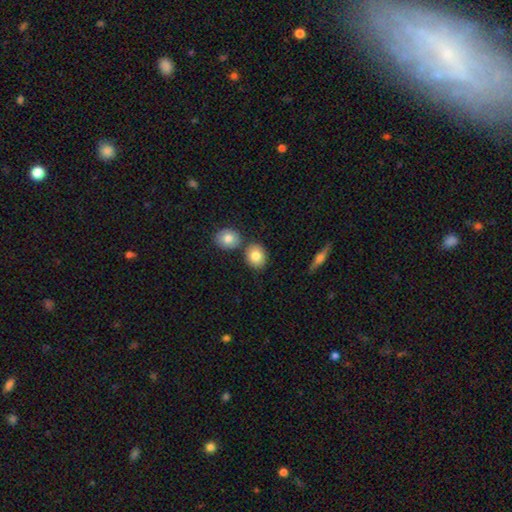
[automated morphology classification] type=smooth (82%); roundness=round (53%); merging=none (72%).